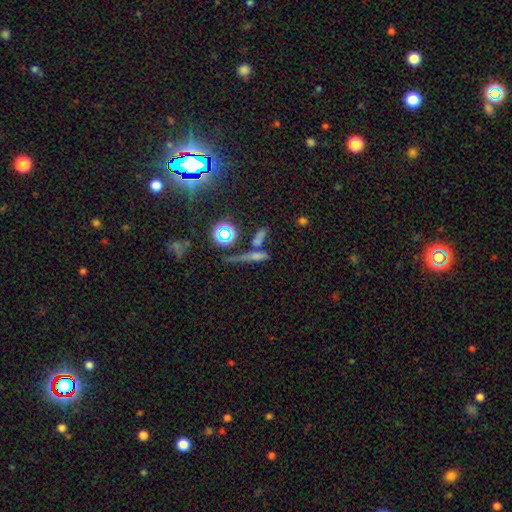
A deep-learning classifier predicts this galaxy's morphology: This is marginally a smooth galaxy (40%). Merging: possibly none (53%).